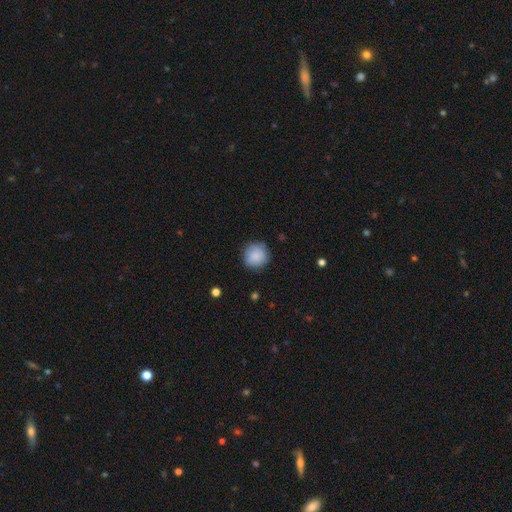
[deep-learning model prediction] smooth-or-featured: smooth: 87% | star or artifact: 7% | featured or disk: 6%
  how-rounded: round: 92% | in between: 7% | cigar-shaped: 1%
  merging: none: 83% | minor disturbance: 12% | major disturbance: 3% | merger: 1%